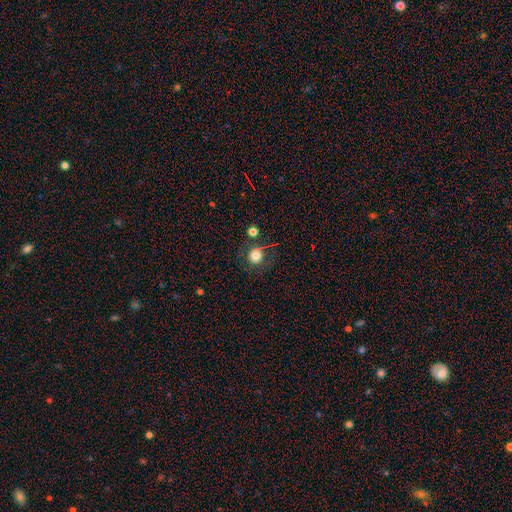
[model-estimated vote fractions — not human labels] A smooth galaxy with no disk features (74%) that is round (86%). Merging: none (69%).